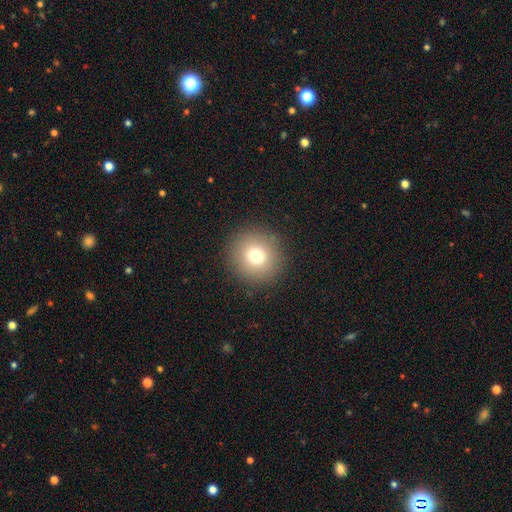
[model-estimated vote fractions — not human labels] The model was most divided on "smooth or featured": smooth: 75%, star or artifact: 13%, featured or disk: 11%. More confident: how rounded — round (94%); merging — none (90%).